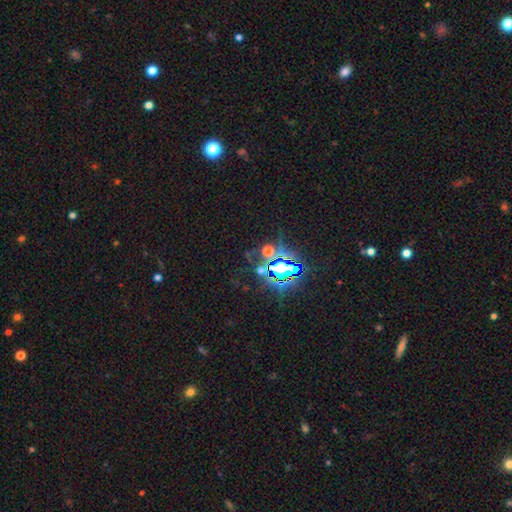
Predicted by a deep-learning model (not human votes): Overall: star or artifact (83%).